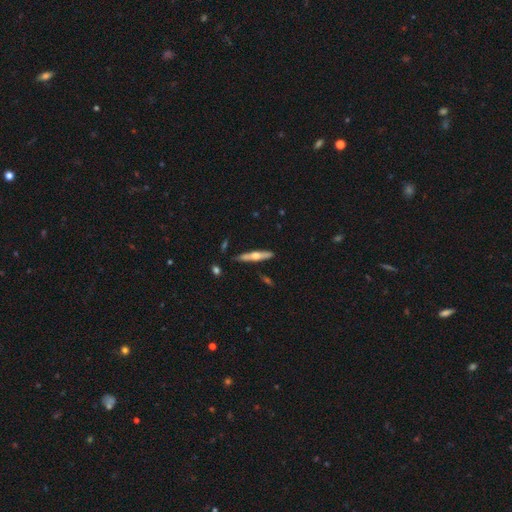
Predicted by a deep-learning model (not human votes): Smooth or featured? Predicted: featured or disk (p=0.59). Edge-on disk? Predicted: yes (p=0.93). Edge-on bulge? Predicted: rounded (p=0.92). Merging? Predicted: none (p=0.82).